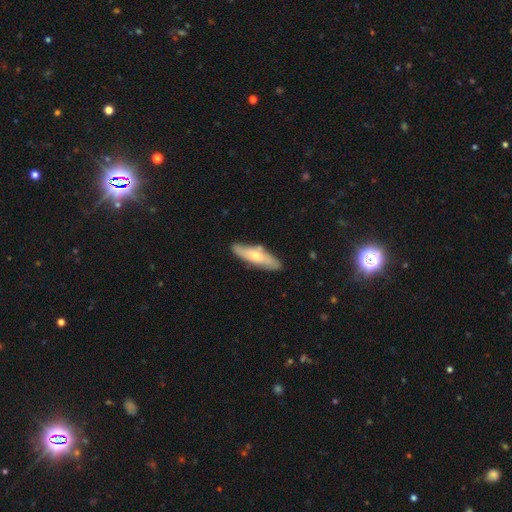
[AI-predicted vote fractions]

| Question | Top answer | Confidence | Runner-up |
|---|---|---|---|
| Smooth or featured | smooth | 56% | featured or disk (38%) |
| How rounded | cigar-shaped | 58% | in between (39%) |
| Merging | none | 78% | minor disturbance (15%) |